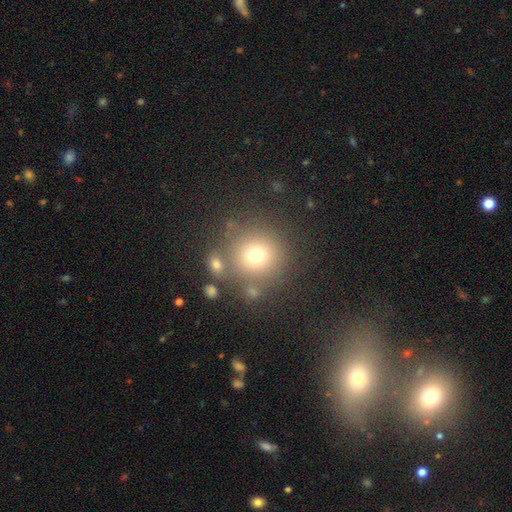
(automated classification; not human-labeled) Smooth or featured?
  - smooth: 72% *
  - star or artifact: 15%
  - featured or disk: 12%
How rounded?
  - round: 92% *
  - in between: 7%
  - cigar-shaped: 1%
Merging?
  - none: 73% *
  - merger: 11%
  - minor disturbance: 11%
  - major disturbance: 6%